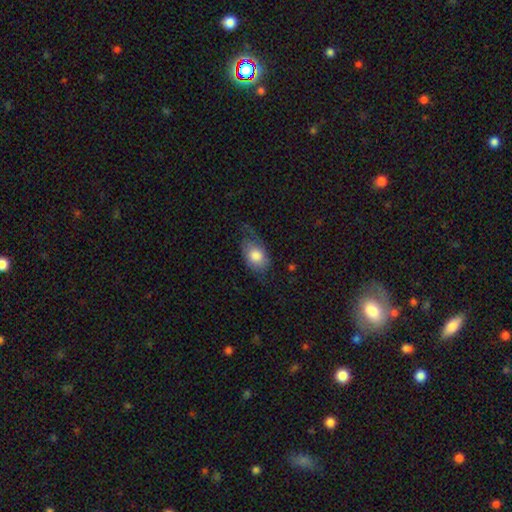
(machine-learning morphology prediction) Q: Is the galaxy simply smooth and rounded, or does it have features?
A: smooth — 72%.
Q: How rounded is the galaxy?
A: in between — 82%.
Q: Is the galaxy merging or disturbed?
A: none — 46%.